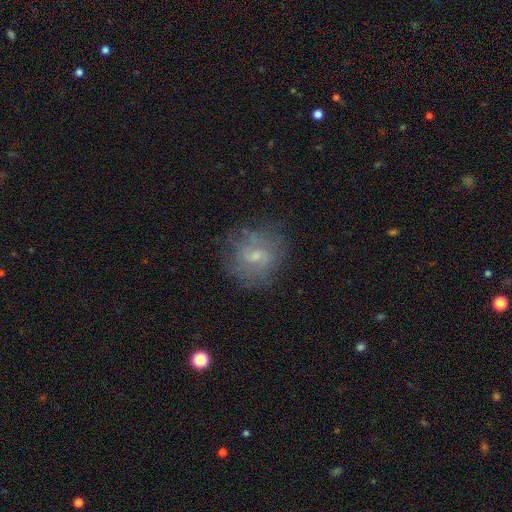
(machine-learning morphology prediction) Smooth or featured? featured or disk (51%)
Edge-on disk? no (97%)
Merging? none (68%)